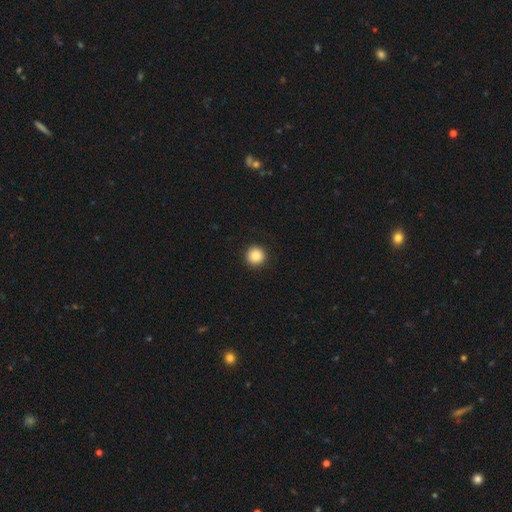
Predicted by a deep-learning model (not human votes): The model was most divided on "smooth or featured": smooth: 86%, star or artifact: 10%, featured or disk: 4%. More confident: how rounded — round (96%); merging — none (93%).